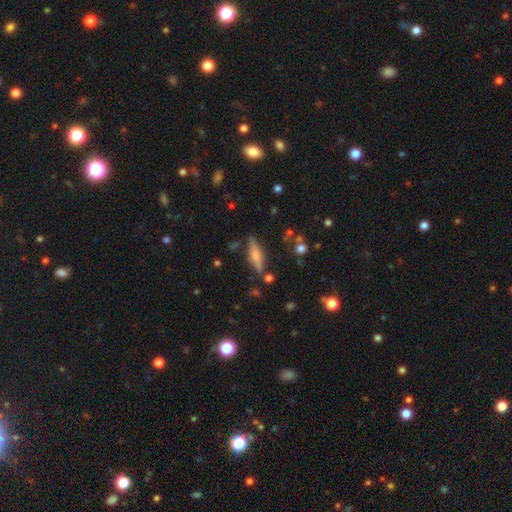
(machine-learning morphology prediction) A smooth galaxy with no disk features (47%).

Vote fractions:
- Smooth or featured? smooth: 47% / featured or disk: 45% / star or artifact: 8%
- Merging? none: 80% / minor disturbance: 12% / merger: 4% / major disturbance: 3%